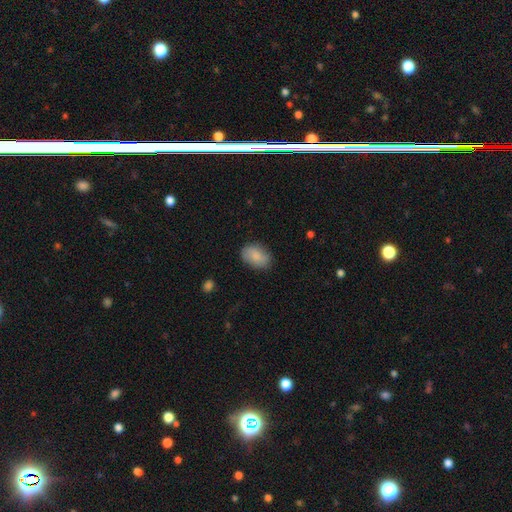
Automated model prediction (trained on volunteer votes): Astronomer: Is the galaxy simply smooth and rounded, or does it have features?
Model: smooth — 81%.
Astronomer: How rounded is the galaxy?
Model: in between — 85%.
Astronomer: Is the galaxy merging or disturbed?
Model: none — 80%.